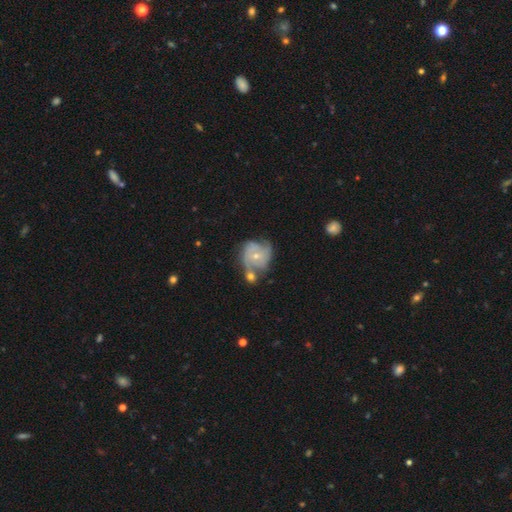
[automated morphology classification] Smooth or featured? featured or disk (74%)
Edge-on disk? no (98%)
Bar? no (71%)
Spiral arms? yes (88%)
Spiral winding? tight (54%)
Spiral arm count? 2 (33%)
Bulge size? small (57%)
Merging? none (37%)